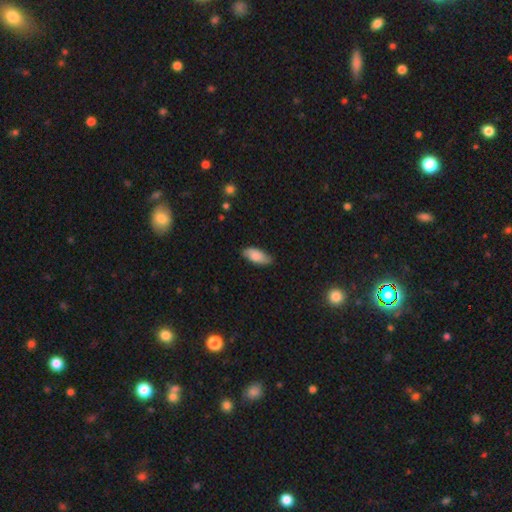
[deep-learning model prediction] Morphology: type=smooth (75%); roundness=in between (87%); merging=none (75%).